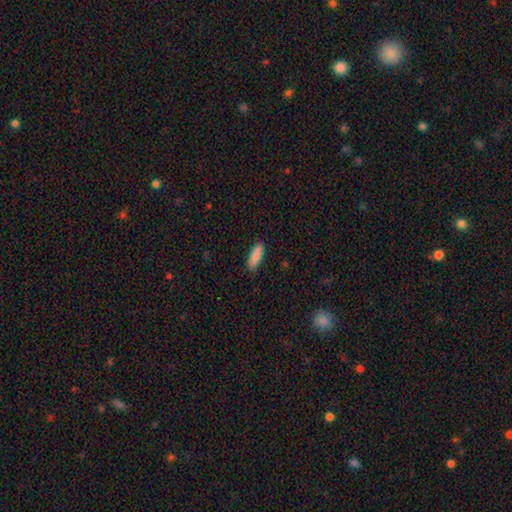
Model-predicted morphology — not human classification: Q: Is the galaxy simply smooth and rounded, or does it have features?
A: smooth — 88%.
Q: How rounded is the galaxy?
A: in between — 55%.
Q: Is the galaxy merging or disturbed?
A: none — 87%.